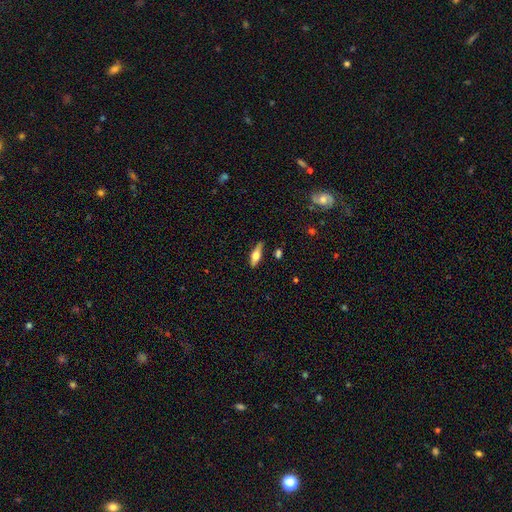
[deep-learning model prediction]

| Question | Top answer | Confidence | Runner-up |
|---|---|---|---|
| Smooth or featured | smooth | 50% | featured or disk (44%) |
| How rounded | cigar-shaped | 49% | in between (48%) |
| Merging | none | 84% | minor disturbance (12%) |